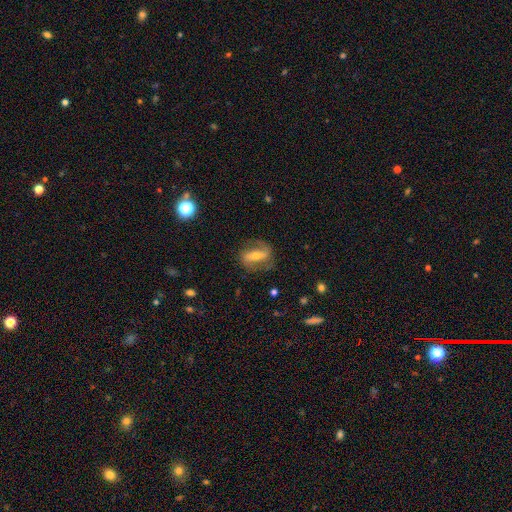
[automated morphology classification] Smooth or featured? featured or disk (71%)
Edge-on disk? no (89%)
Bar? strong (57%)
Spiral arms? yes (81%)
Spiral winding? medium (41%)
Spiral arm count? 2 (83%)
Bulge size? small (49%)
Merging? none (75%)